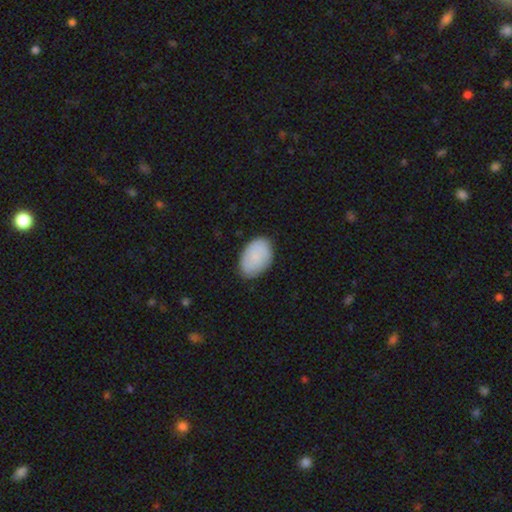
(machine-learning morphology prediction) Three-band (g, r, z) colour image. It shows a smooth galaxy with no disk features (81%) that is in between round and cigar-shaped (89%). Merging: none (82%).